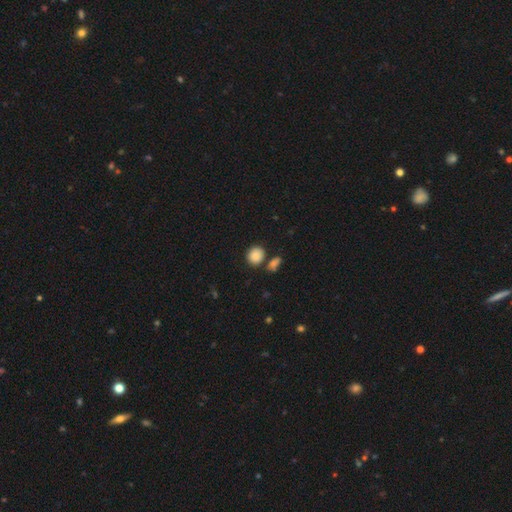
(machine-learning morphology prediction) Q: Smooth or featured?
A: smooth (87%); runner-up: star or artifact (9%)
Q: How rounded?
A: round (78%); runner-up: in between (21%)
Q: Merging?
A: none (73%); runner-up: merger (14%)